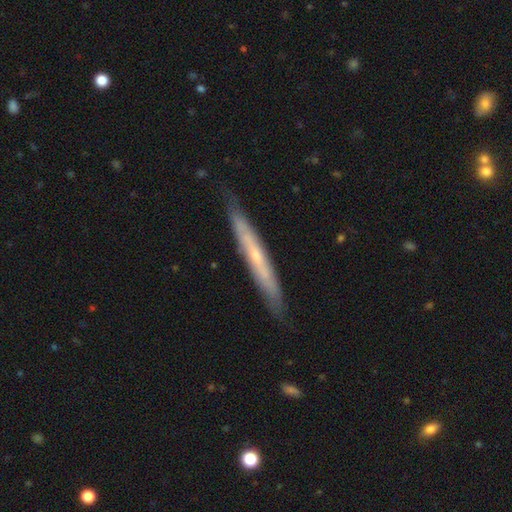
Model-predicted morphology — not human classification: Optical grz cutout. It shows a featured or disk galaxy (60%) viewed edge-on (85%) with no central bulge (58%). Merging: none (83%).